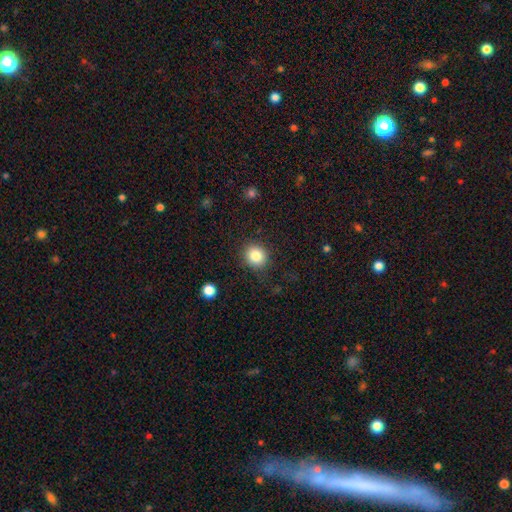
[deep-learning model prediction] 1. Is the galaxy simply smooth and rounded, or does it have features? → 84% smooth, 10% star or artifact, 6% featured or disk.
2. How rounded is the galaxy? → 84% round, 15% in between, 1% cigar-shaped.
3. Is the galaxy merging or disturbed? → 87% none, 8% minor disturbance, 3% major disturbance, 1% merger.